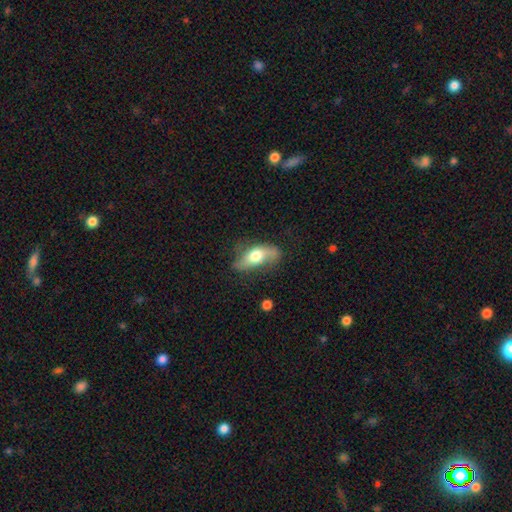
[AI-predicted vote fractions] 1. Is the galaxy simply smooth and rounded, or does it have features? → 48% smooth, 45% featured or disk, 7% star or artifact.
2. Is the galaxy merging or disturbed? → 54% none, 29% minor disturbance, 13% major disturbance, 4% merger.